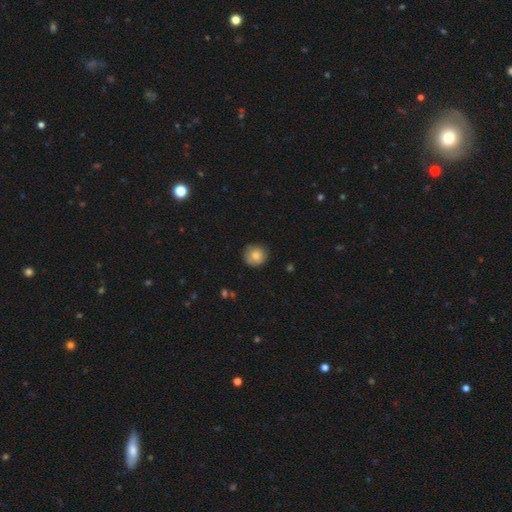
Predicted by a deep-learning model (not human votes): Morphology: type=smooth (81%); roundness=round (91%); merging=none (85%).